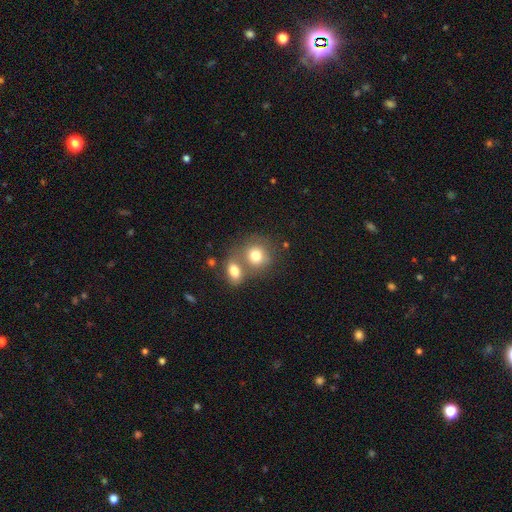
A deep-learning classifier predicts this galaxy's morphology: Smooth or featured? Predicted: smooth (p=0.77). How rounded? Predicted: round (p=0.74). Merging? Predicted: merger (p=0.49).